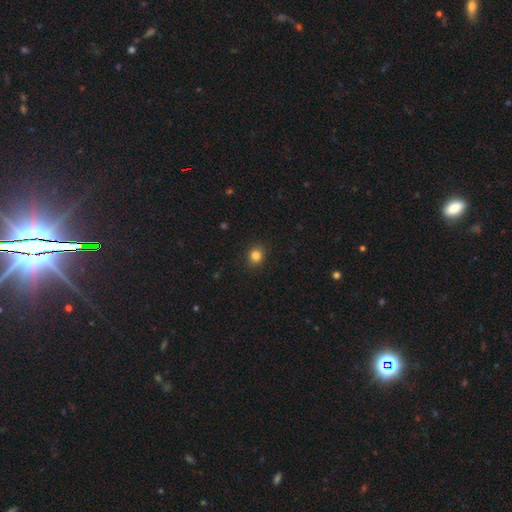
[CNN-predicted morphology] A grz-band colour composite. It shows a smooth galaxy with no disk features (83%) that is round (78%). Merging: none (90%).